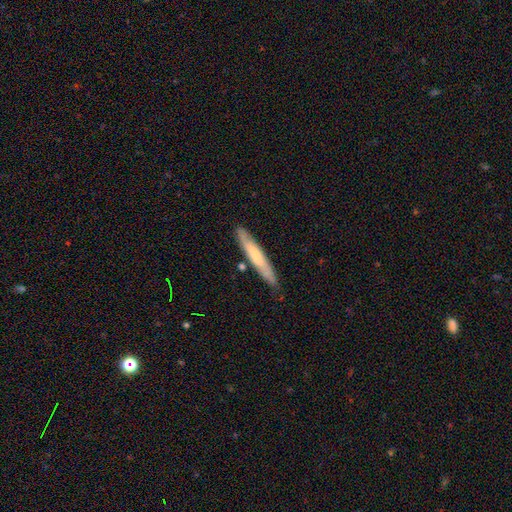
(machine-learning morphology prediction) type=smooth (56%); roundness=cigar-shaped (92%); merging=none (83%).